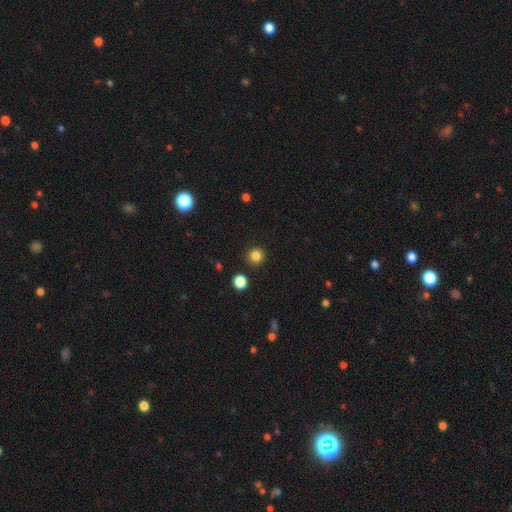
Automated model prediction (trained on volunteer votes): Smooth or featured?
  - smooth: 84% *
  - star or artifact: 12%
  - featured or disk: 4%
How rounded?
  - round: 94% *
  - in between: 6%
  - cigar-shaped: 1%
Merging?
  - none: 90% *
  - minor disturbance: 6%
  - merger: 2%
  - major disturbance: 2%